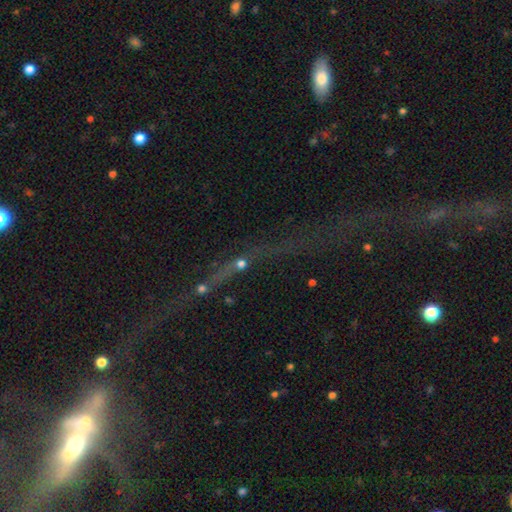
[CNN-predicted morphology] Smooth or featured? star or artifact (55%)